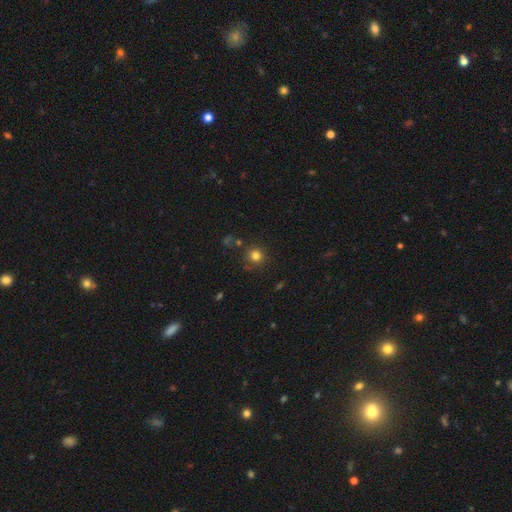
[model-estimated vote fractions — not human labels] The model was most divided on "smooth or featured": smooth: 78%, star or artifact: 16%, featured or disk: 7%. More confident: how rounded — round (93%); merging — none (83%).